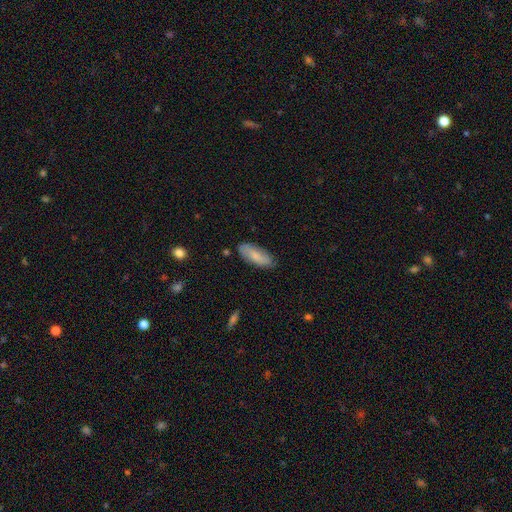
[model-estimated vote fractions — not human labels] Smooth or featured? smooth (72%)
How rounded? in between (76%)
Merging? none (82%)